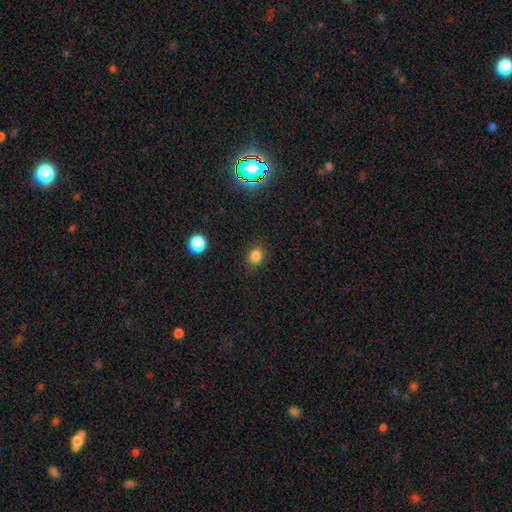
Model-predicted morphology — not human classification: Smooth or featured: smooth — 82% (star or artifact — 14%)
How rounded: round — 51% (in between — 48%)
Merging: none — 86% (minor disturbance — 10%)